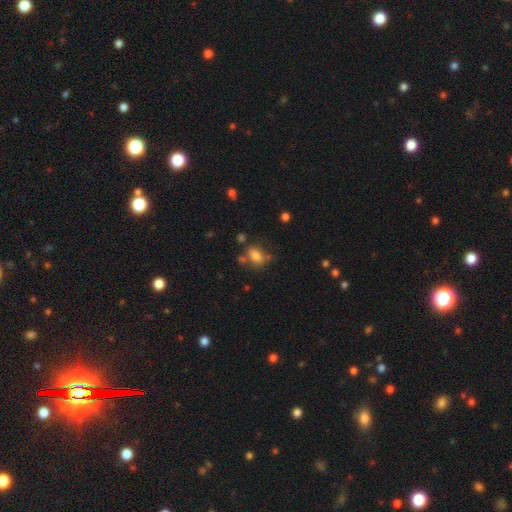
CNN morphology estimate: The model was most divided on "merging": none: 61%, minor disturbance: 18%, merger: 14%, major disturbance: 7%. More confident: smooth or featured — smooth (79%); how rounded — in between (72%).